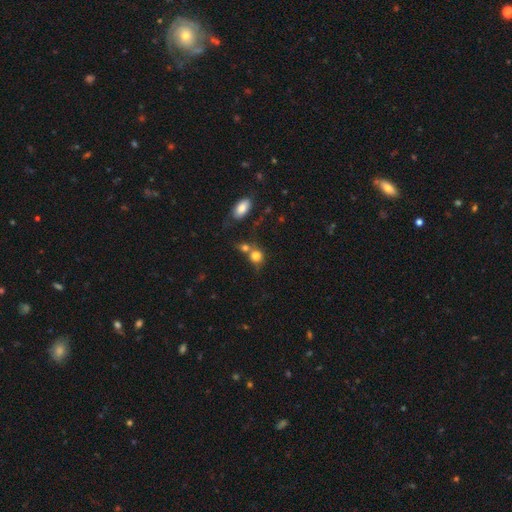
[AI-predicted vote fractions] smooth 79%, star or artifact 11%, featured or disk 9%. Down the decision tree: how rounded — round (75%); merging — none (43%).